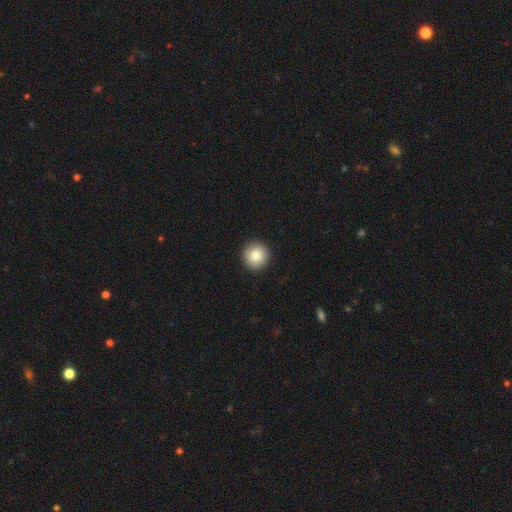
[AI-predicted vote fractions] Smooth or featured? Predicted: smooth (p=0.86). How rounded? Predicted: round (p=0.95). Merging? Predicted: none (p=0.93).